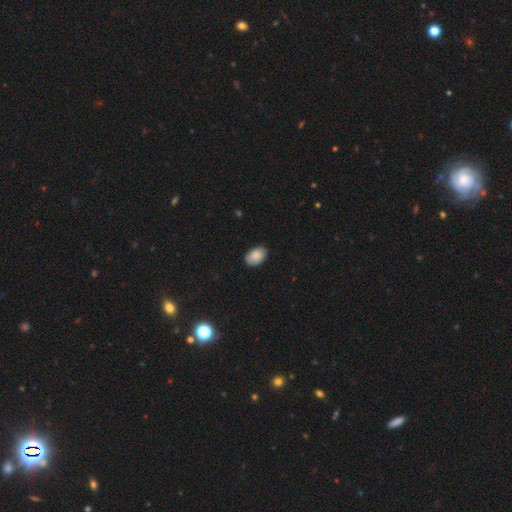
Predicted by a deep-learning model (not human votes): A smooth galaxy with no disk features (88%) that is in between round and cigar-shaped (90%).

Vote fractions:
- Smooth or featured? smooth: 88% / star or artifact: 7% / featured or disk: 5%
- How rounded? in between: 90% / round: 9% / cigar-shaped: 1%
- Merging? none: 85% / minor disturbance: 12% / major disturbance: 2% / merger: 1%